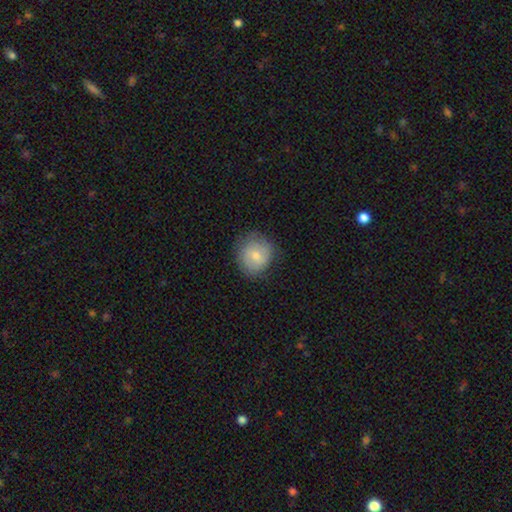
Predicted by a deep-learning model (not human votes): The model was most divided on "smooth or featured": smooth: 70%, featured or disk: 22%, star or artifact: 7%. More confident: how rounded — round (84%); merging — none (76%).